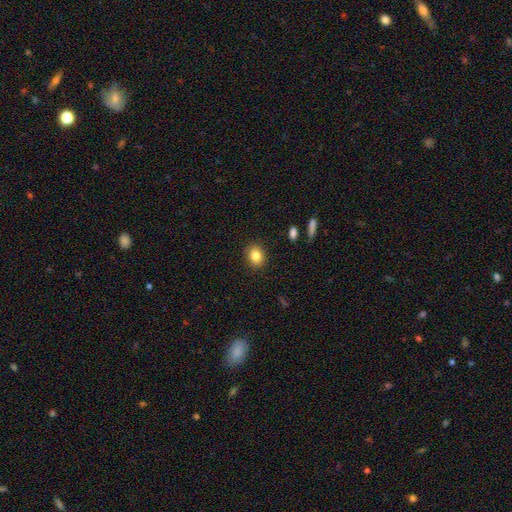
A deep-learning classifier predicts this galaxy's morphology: type=smooth (83%); roundness=round (55%); merging=none (89%).